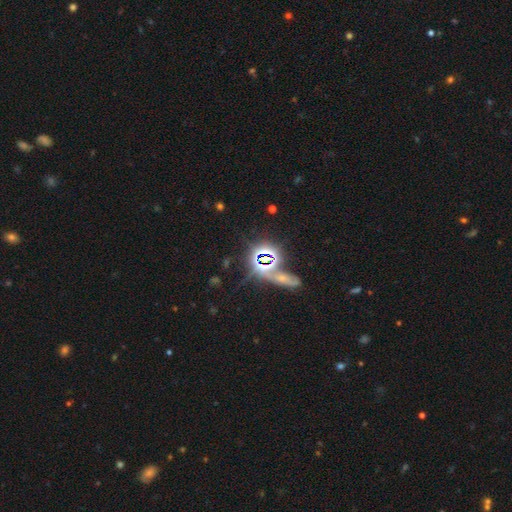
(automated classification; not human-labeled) A star or artifact, not a galaxy (74%).

Vote fractions:
- Smooth or featured? star or artifact: 74% / smooth: 15% / featured or disk: 11%